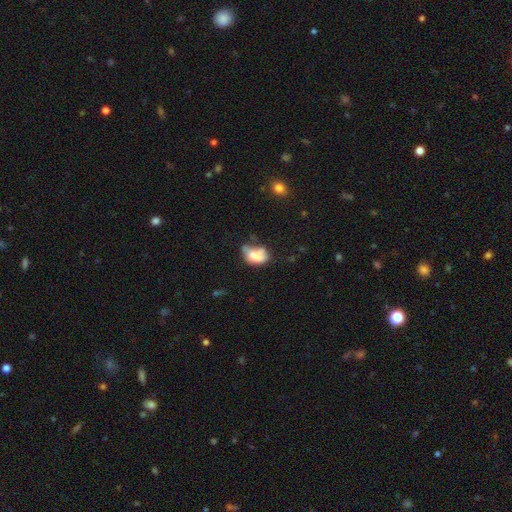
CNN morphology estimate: Smooth or featured: smooth — 65% (featured or disk — 25%)
How rounded: in between — 82% (round — 16%)
Merging: minor disturbance — 30% (none — 28%)